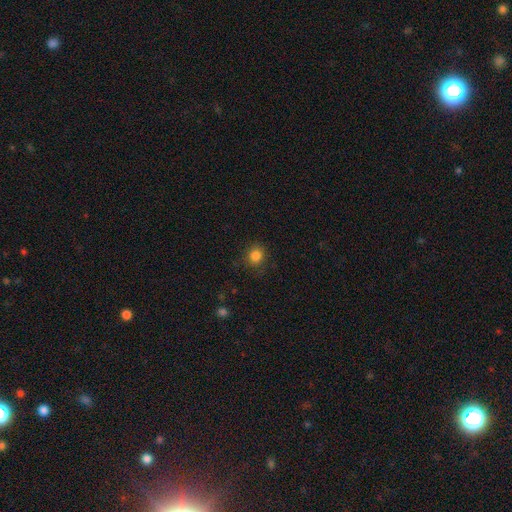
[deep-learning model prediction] This appears to be a smooth galaxy with no disk features (83%) that is round (84%). Merging: none (84%).